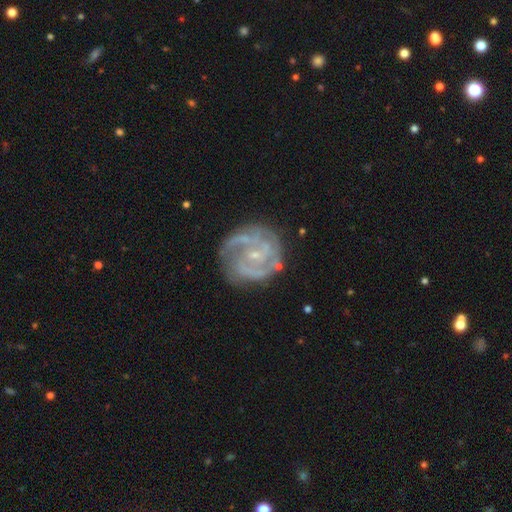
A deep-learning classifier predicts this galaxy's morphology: Q: Smooth or featured?
A: featured or disk (87%); runner-up: smooth (7%)
Q: Edge-on disk?
A: no (98%); runner-up: yes (2%)
Q: Bar?
A: no (46%); runner-up: weak (42%)
Q: Spiral arms?
A: yes (95%); runner-up: no (5%)
Q: Spiral winding?
A: tight (45%); runner-up: medium (44%)
Q: Spiral arm count?
A: 2 (47%); runner-up: 3 (22%)
Q: Bulge size?
A: small (79%); runner-up: moderate (14%)
Q: Merging?
A: none (71%); runner-up: minor disturbance (19%)